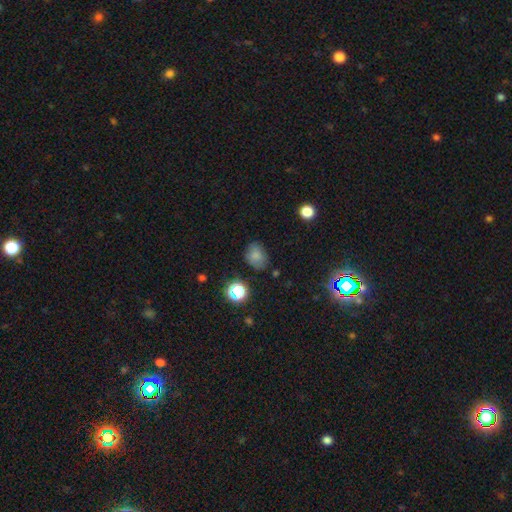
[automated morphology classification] smooth_or_featured: smooth (p=0.75) [alt: star or artifact p=0.15]
how_rounded: in between (p=0.64) [alt: round p=0.35]
merging: none (p=0.70) [alt: minor disturbance p=0.21]